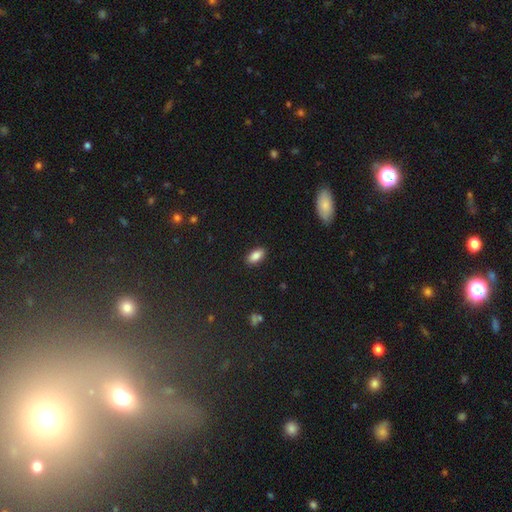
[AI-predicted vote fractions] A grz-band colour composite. It shows a smooth galaxy with no disk features (86%) that is in between round and cigar-shaped (91%). Merging: none (88%).